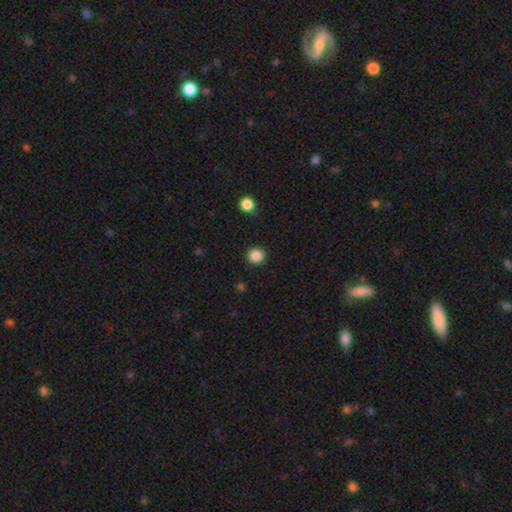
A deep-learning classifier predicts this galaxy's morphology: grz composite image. It shows a smooth galaxy with no disk features (86%) that is round (93%). Merging: none (91%).